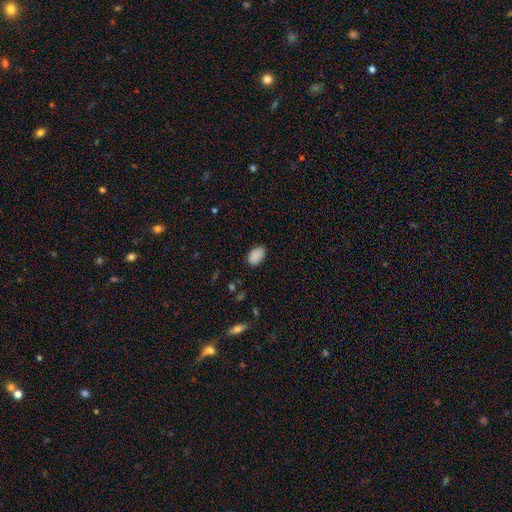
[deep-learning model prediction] smooth_or_featured: smooth (p=0.89) [alt: star or artifact p=0.08]
how_rounded: in between (p=0.90) [alt: round p=0.09]
merging: none (p=0.82) [alt: minor disturbance p=0.14]